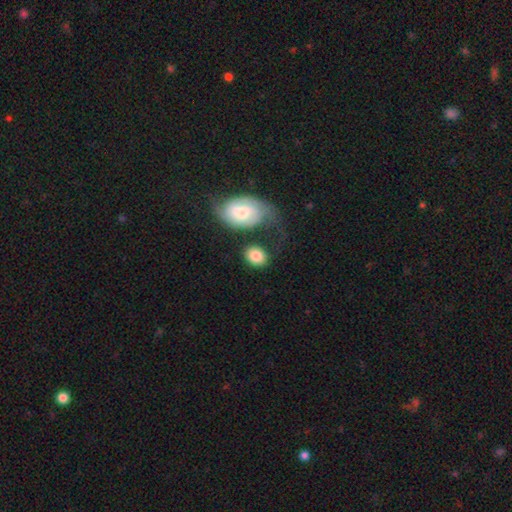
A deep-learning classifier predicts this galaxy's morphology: smooth-or-featured: smooth: 81% | featured or disk: 13% | star or artifact: 6%
  how-rounded: in between: 57% | round: 42% | cigar-shaped: 1%
  merging: none: 57% | merger: 19% | minor disturbance: 15% | major disturbance: 9%